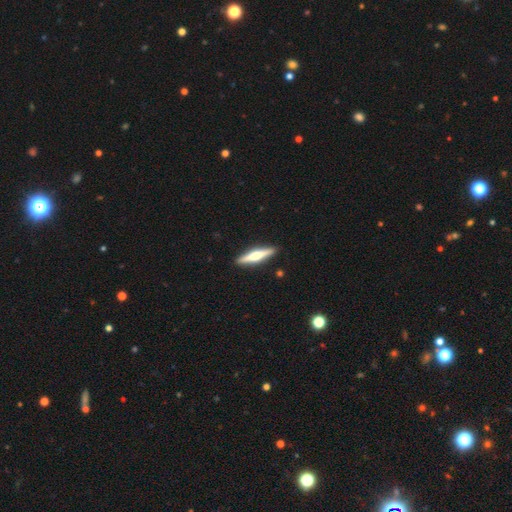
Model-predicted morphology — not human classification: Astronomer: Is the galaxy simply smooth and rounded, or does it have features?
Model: featured or disk — 60%.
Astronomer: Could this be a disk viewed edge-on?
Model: yes — 97%.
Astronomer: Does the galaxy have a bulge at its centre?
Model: rounded — 85%.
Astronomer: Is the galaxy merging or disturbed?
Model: none — 91%.